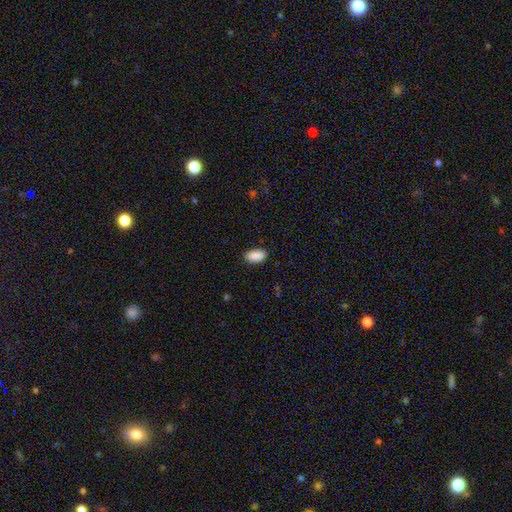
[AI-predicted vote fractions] A smooth galaxy with no disk features (90%) that is in between round and cigar-shaped (94%). Merging: none (86%).